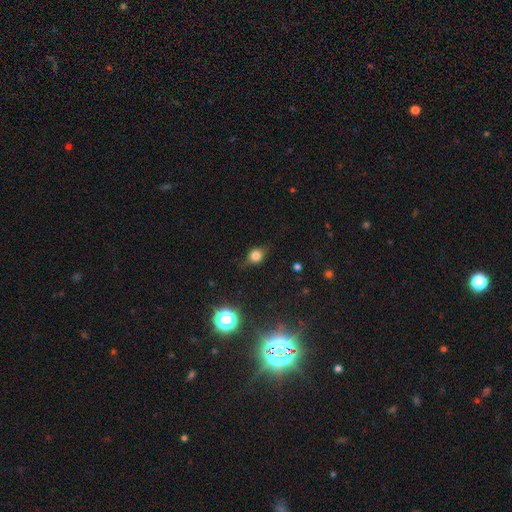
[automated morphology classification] type=smooth (70%); roundness=round (58%); merging=none (71%).